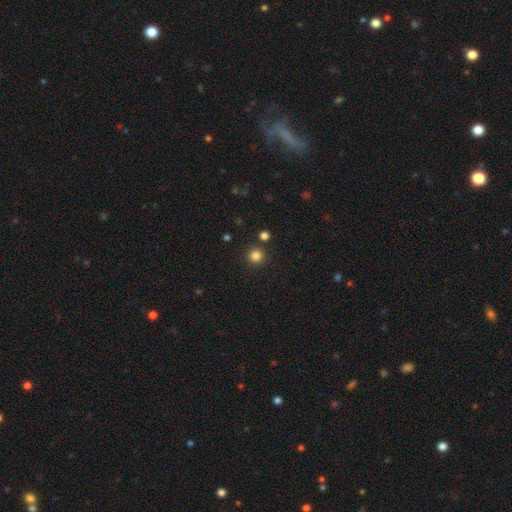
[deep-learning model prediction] Morphology: type=smooth (83%); roundness=round (95%); merging=none (89%).